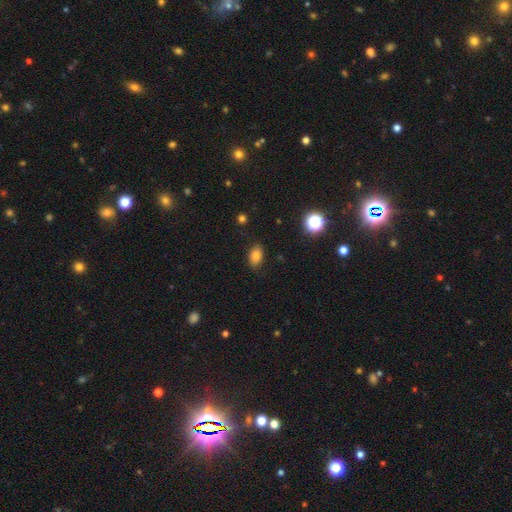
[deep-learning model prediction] smooth_or_featured: smooth (p=0.82) [alt: star or artifact p=0.12]
how_rounded: in between (p=0.87) [alt: round p=0.11]
merging: none (p=0.84) [alt: minor disturbance p=0.12]